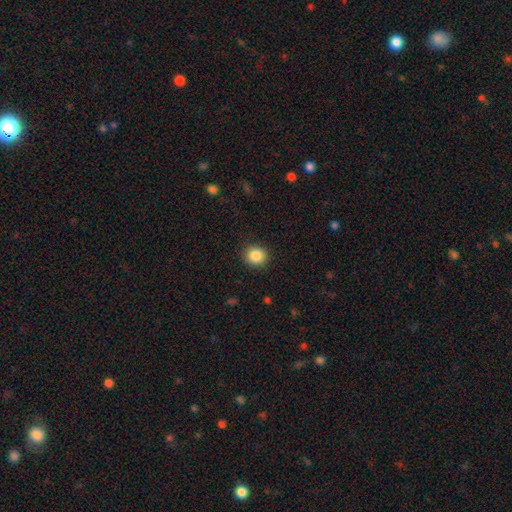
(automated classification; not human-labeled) smooth-or-featured: smooth: 86% | star or artifact: 9% | featured or disk: 4%
  how-rounded: round: 86% | in between: 14% | cigar-shaped: 1%
  merging: none: 90% | minor disturbance: 7% | major disturbance: 2% | merger: 1%